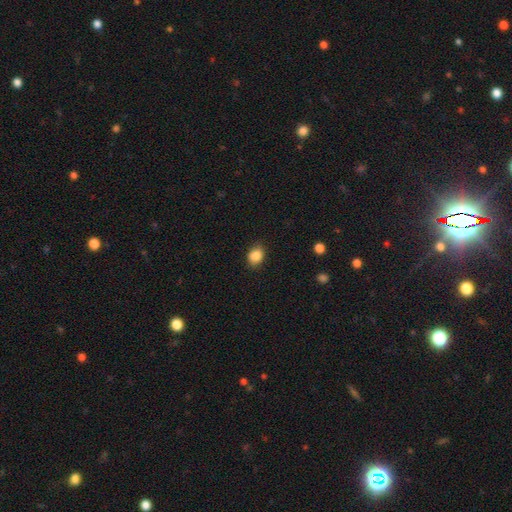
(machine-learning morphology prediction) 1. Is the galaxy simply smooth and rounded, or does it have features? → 87% smooth, 9% star or artifact, 4% featured or disk.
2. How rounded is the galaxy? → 59% in between, 40% round, 1% cigar-shaped.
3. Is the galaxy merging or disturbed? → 84% none, 12% minor disturbance, 3% major disturbance, 1% merger.